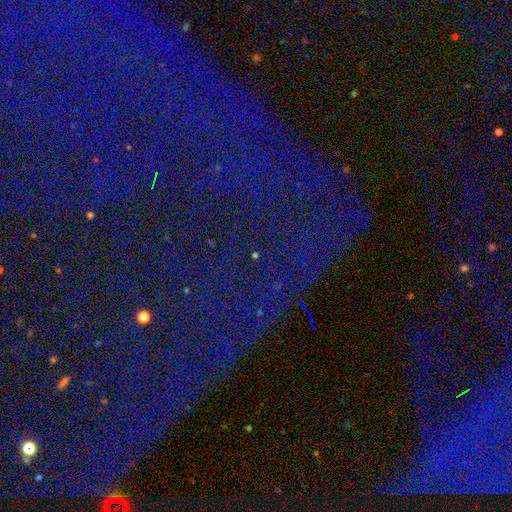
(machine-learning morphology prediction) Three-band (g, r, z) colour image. It shows a star or artifact, not a galaxy (80%).